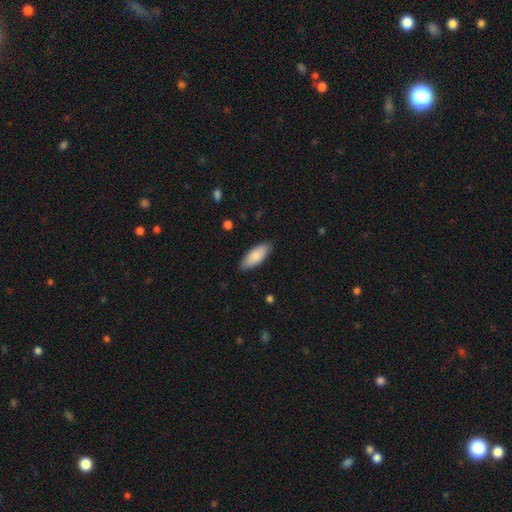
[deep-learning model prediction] Smooth or featured? smooth (87%)
How rounded? in between (78%)
Merging? none (87%)